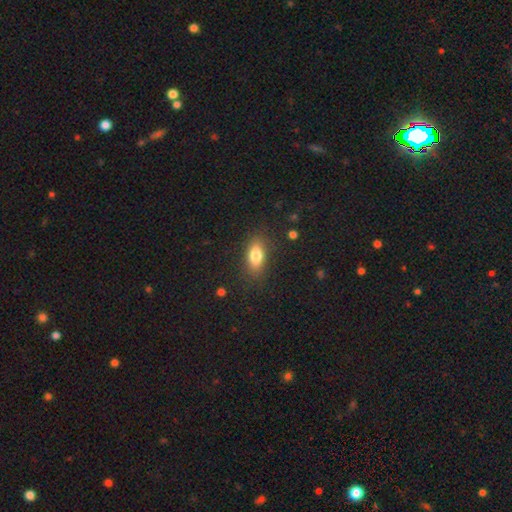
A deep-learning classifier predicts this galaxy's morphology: A smooth galaxy with no disk features (80%) that is in between round and cigar-shaped (82%). Merging: none (83%).